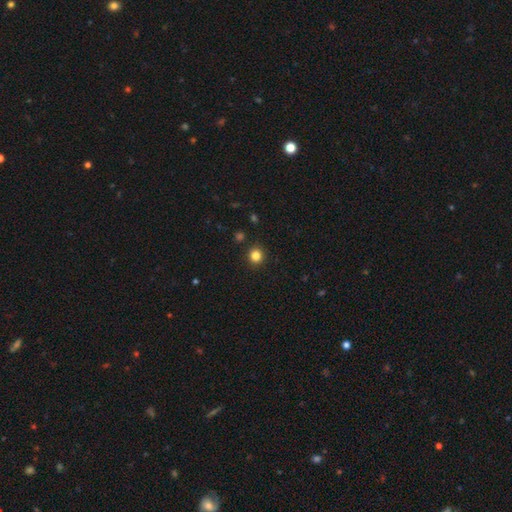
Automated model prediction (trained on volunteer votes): Smooth or featured? smooth (83%)
How rounded? round (92%)
Merging? none (92%)